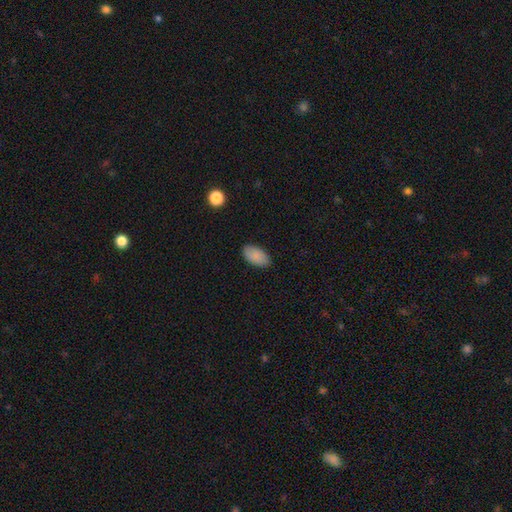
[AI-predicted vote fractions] smooth 88%, star or artifact 7%, featured or disk 5%. Down the decision tree: how rounded — in between (95%); merging — none (86%).